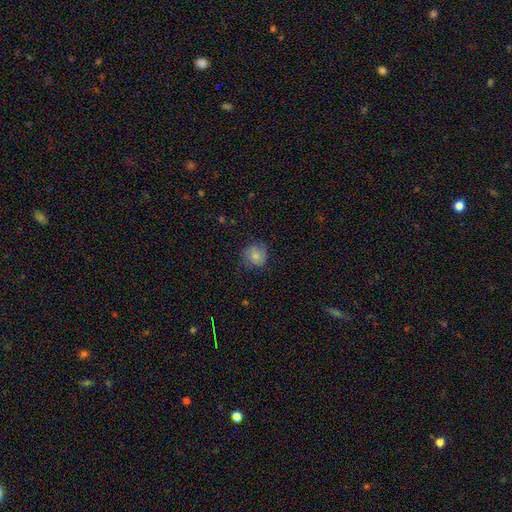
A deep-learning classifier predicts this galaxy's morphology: Q: Smooth or featured?
A: smooth (75%); runner-up: featured or disk (16%)
Q: How rounded?
A: round (85%); runner-up: in between (14%)
Q: Merging?
A: none (70%); runner-up: minor disturbance (22%)